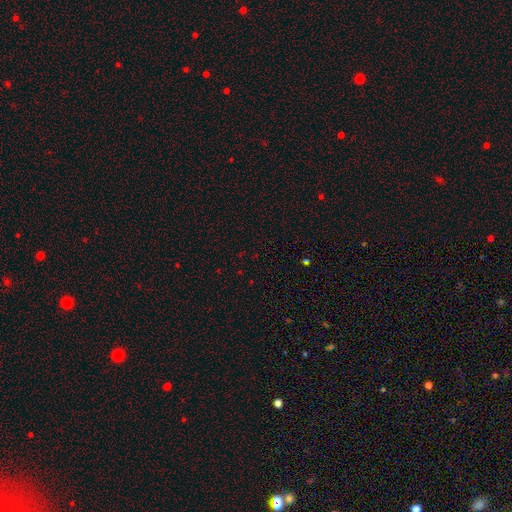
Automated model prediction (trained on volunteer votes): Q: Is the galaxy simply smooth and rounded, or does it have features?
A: star or artifact — 67%.